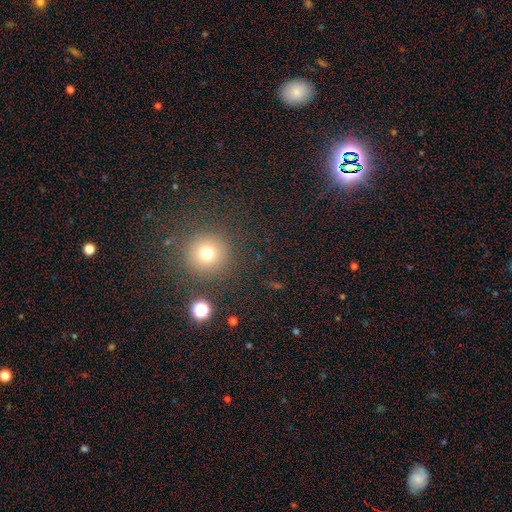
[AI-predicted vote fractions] This appears to be a smooth galaxy with no disk features (50%). Merging: none (89%).